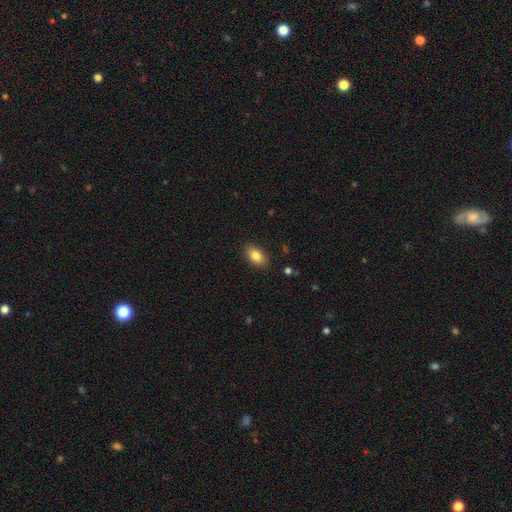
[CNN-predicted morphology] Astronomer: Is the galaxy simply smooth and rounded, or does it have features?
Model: smooth — 84%.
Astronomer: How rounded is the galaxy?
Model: in between — 90%.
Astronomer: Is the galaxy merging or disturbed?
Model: none — 88%.